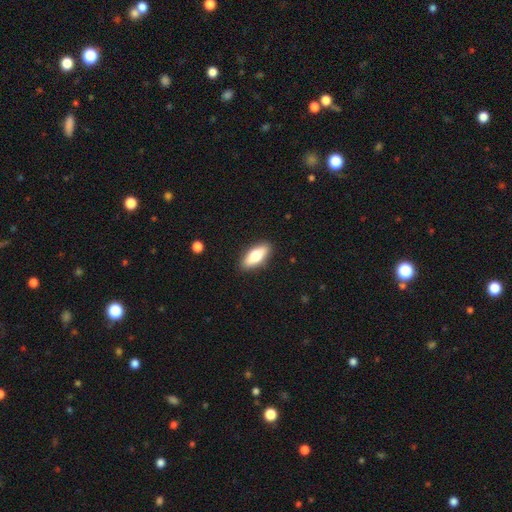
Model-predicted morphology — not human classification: A smooth galaxy with no disk features (71%) that is in between round and cigar-shaped (75%).

Vote fractions:
- Smooth or featured? smooth: 71% / featured or disk: 23% / star or artifact: 6%
- How rounded? in between: 75% / cigar-shaped: 23% / round: 3%
- Merging? none: 89% / minor disturbance: 8% / major disturbance: 2% / merger: 1%